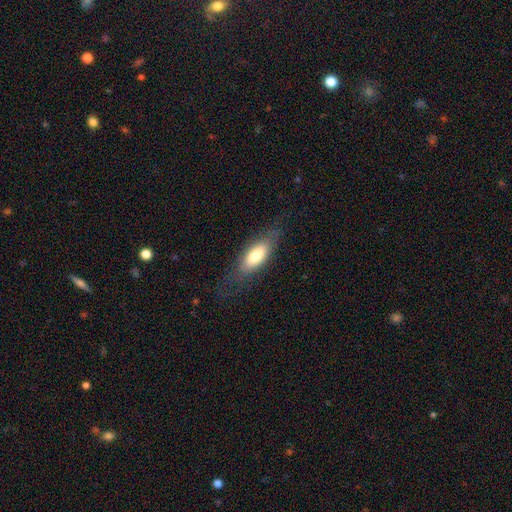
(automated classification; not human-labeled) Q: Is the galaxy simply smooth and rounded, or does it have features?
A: smooth — 69%.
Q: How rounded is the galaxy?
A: in between — 73%.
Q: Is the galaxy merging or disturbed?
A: none — 72%.